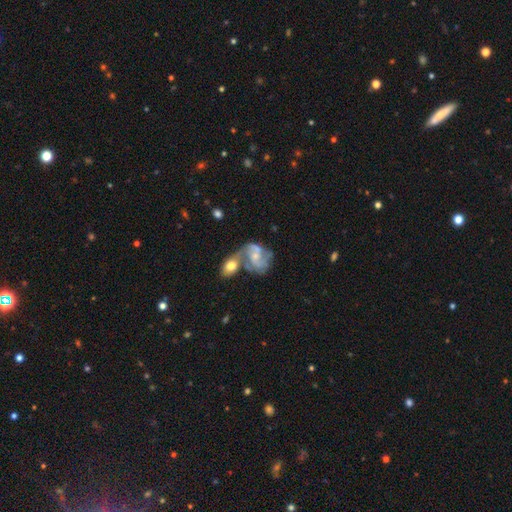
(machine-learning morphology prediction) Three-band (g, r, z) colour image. It shows a featured or disk galaxy (76%) with no bar (61%), 2 (63%) medium (50%) spiral arms (88%) and a small central bulge (56%). Merging: merger (52%).